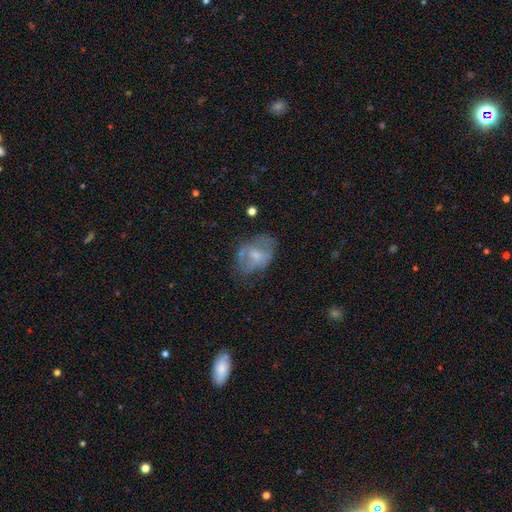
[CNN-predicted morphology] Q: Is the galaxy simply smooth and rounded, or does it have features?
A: featured or disk — 46%.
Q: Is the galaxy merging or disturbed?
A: none — 46%.